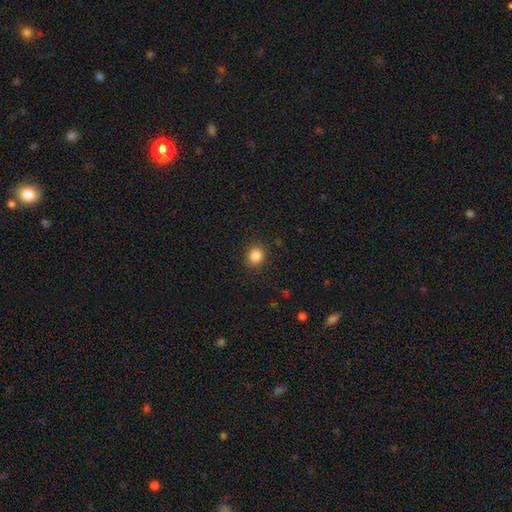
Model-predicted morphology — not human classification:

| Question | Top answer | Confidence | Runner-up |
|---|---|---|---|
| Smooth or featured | smooth | 84% | star or artifact (11%) |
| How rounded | round | 74% | in between (25%) |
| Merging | none | 88% | minor disturbance (8%) |